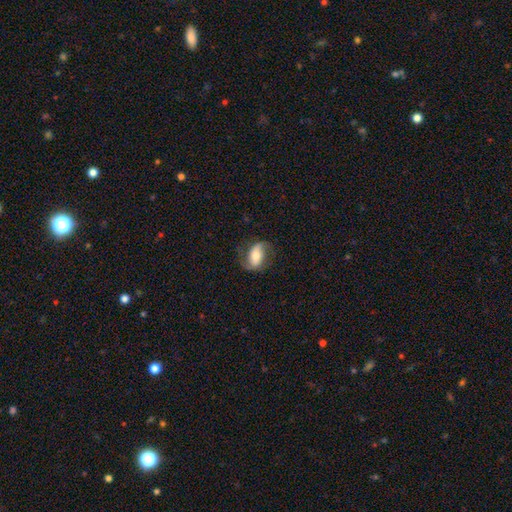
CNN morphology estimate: featured or disk 59%, smooth 34%, star or artifact 7%. Down the decision tree: edge-on disk — no (94%); bar — no (35%); spiral arms — yes (87%); bulge size — moderate (57%); merging — none (71%).